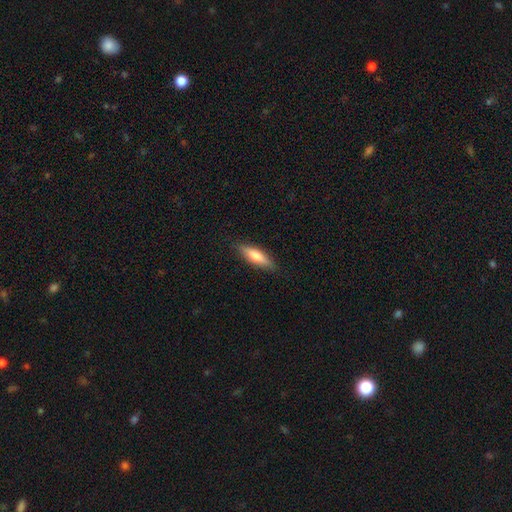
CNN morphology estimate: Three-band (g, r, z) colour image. It shows a smooth galaxy with no disk features (66%) that is cigar-shaped (60%). Merging: none (86%).